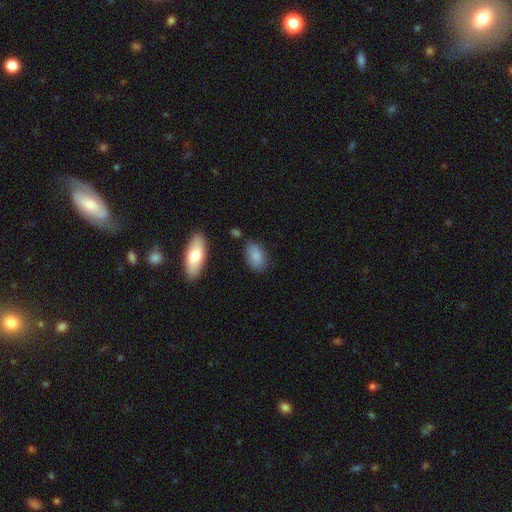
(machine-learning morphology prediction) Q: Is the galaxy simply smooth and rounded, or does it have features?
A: smooth — 86%.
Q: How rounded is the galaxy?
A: in between — 91%.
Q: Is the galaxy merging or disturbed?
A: none — 76%.